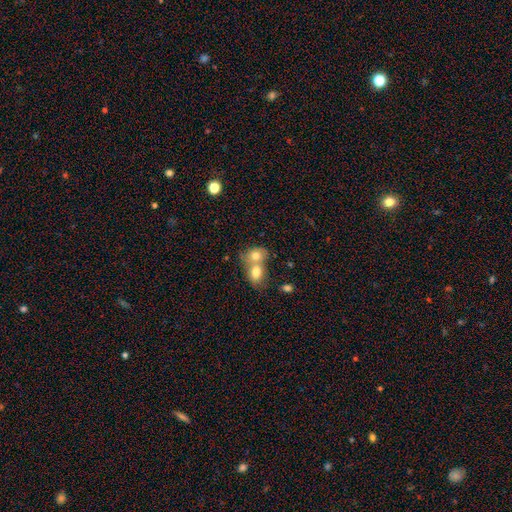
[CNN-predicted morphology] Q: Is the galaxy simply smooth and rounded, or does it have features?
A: smooth — 76%.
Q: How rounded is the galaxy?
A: in between — 55%.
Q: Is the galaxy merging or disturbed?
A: merger — 68%.